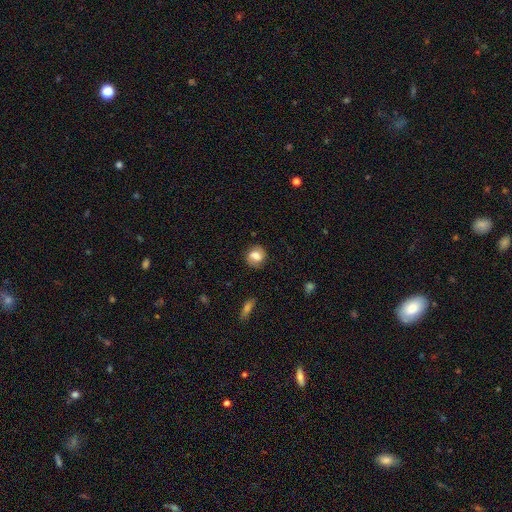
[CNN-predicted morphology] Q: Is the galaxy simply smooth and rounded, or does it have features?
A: smooth — 70%.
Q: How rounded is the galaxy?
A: round — 67%.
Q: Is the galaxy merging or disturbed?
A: none — 76%.